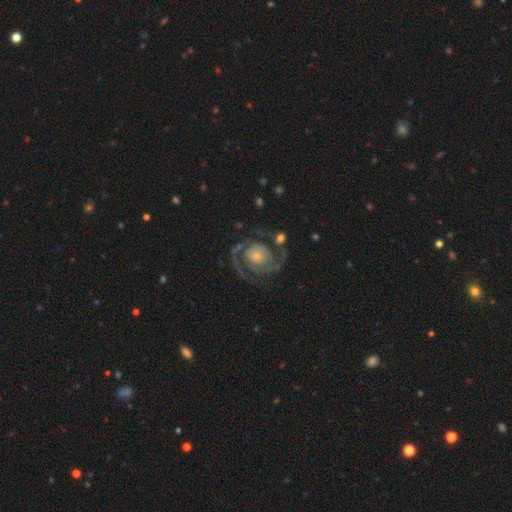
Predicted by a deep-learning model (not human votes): Q: Smooth or featured?
A: featured or disk (88%); runner-up: smooth (7%)
Q: Edge-on disk?
A: no (98%); runner-up: yes (2%)
Q: Bar?
A: no (74%); runner-up: weak (19%)
Q: Spiral arms?
A: yes (94%); runner-up: no (6%)
Q: Spiral winding?
A: tight (45%); runner-up: medium (43%)
Q: Spiral arm count?
A: 2 (80%); runner-up: can't tell (6%)
Q: Bulge size?
A: small (58%); runner-up: moderate (30%)
Q: Merging?
A: none (69%); runner-up: minor disturbance (14%)